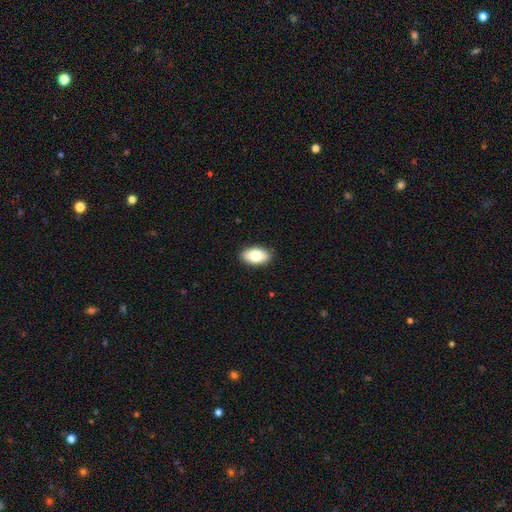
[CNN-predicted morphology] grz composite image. It shows a smooth galaxy with no disk features (80%) that is in between round and cigar-shaped (93%). Merging: none (89%).